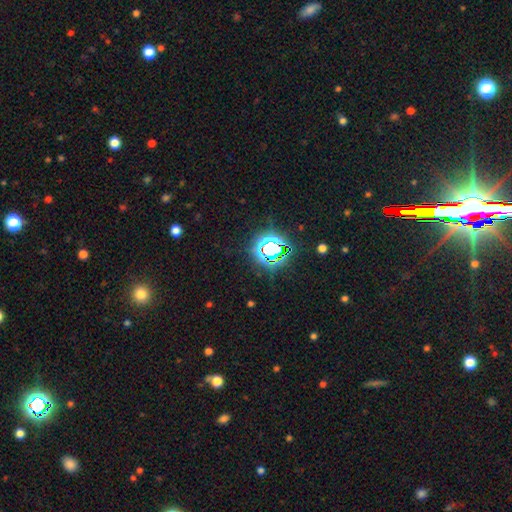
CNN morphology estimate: type=star or artifact (78%).